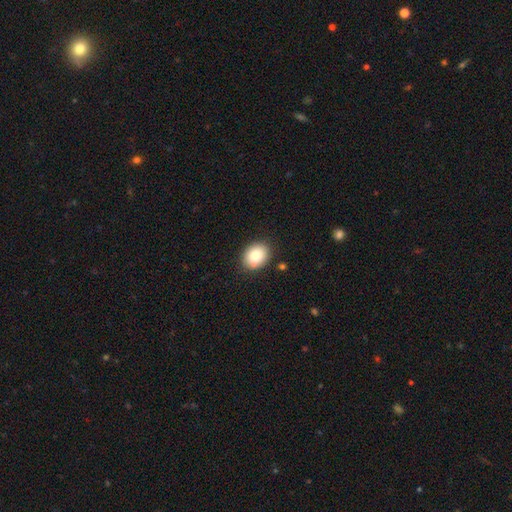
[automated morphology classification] Smooth or featured? smooth (84%)
How rounded? in between (56%)
Merging? none (82%)